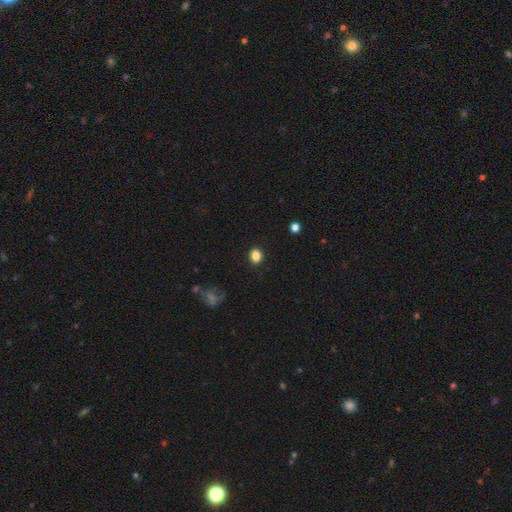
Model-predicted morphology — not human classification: smooth 84%, star or artifact 11%, featured or disk 5%. Down the decision tree: how rounded — round (59%); merging — none (88%).